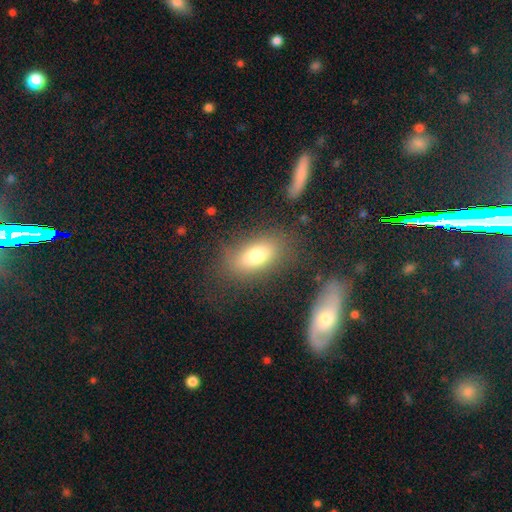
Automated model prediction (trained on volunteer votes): This appears to be a smooth galaxy with no disk features (76%) that is in between round and cigar-shaped (85%). Merging: none (75%).